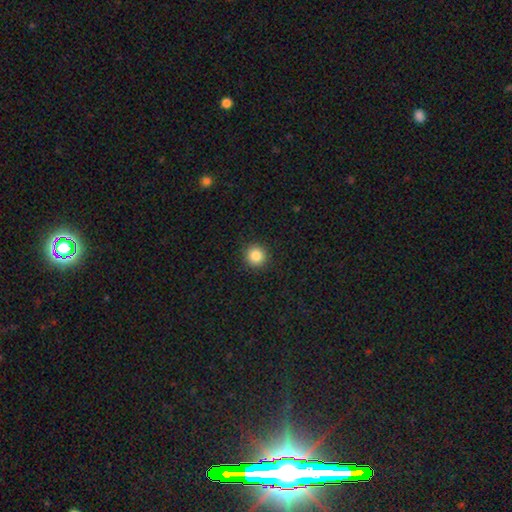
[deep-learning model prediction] The model was most divided on "smooth or featured": smooth: 85%, star or artifact: 10%, featured or disk: 4%. More confident: how rounded — round (94%); merging — none (92%).